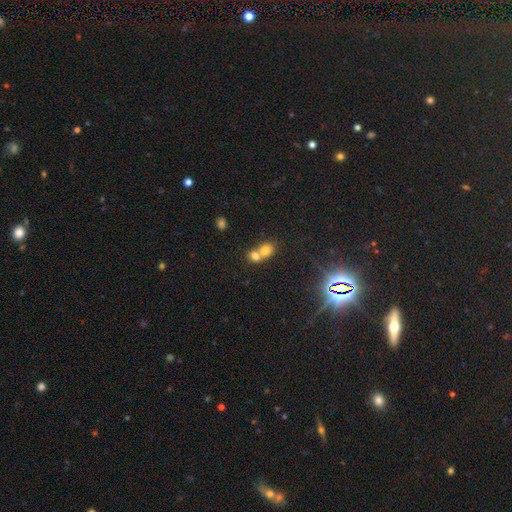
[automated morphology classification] Smooth or featured? smooth (57%)
How rounded? round (63%)
Merging? merger (62%)